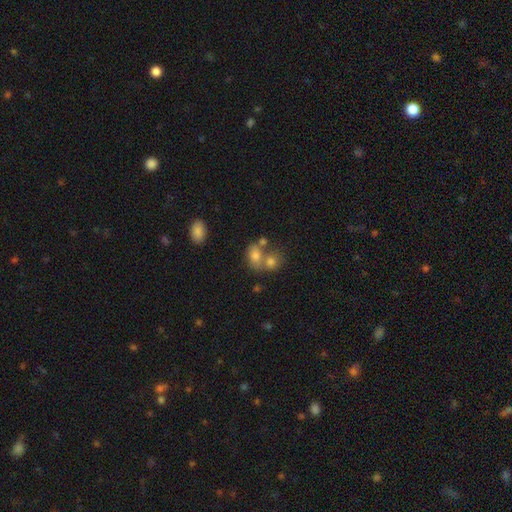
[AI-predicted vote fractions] A smooth galaxy with no disk features (73%) that is in between round and cigar-shaped (65%). Merging: merger (52%).